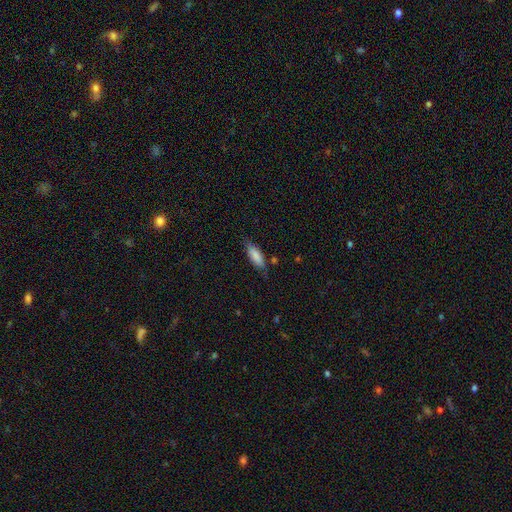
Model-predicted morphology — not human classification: A smooth galaxy with no disk features (82%) that is in between round and cigar-shaped (66%).

Vote fractions:
- Smooth or featured? smooth: 82% / featured or disk: 11% / star or artifact: 6%
- How rounded? in between: 66% / cigar-shaped: 32% / round: 2%
- Merging? none: 72% / minor disturbance: 21% / major disturbance: 4% / merger: 2%